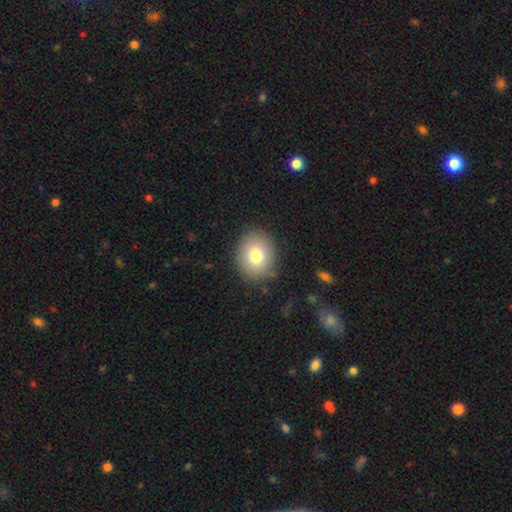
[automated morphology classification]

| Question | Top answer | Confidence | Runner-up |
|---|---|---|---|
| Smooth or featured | smooth | 78% | featured or disk (12%) |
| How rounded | round | 61% | in between (38%) |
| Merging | none | 85% | minor disturbance (10%) |